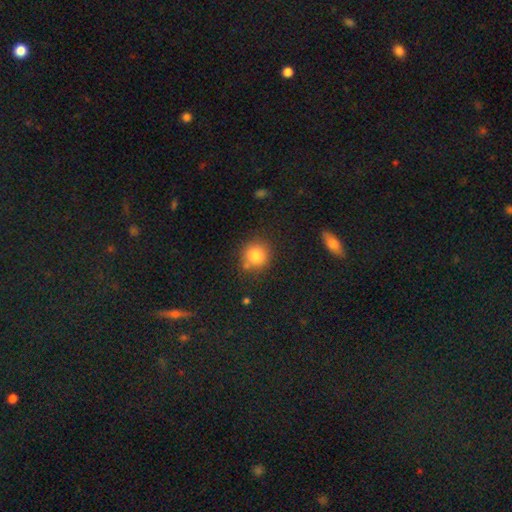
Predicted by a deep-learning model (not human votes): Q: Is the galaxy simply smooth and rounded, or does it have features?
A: smooth — 82%.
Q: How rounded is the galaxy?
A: round — 89%.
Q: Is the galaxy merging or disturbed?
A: none — 77%.